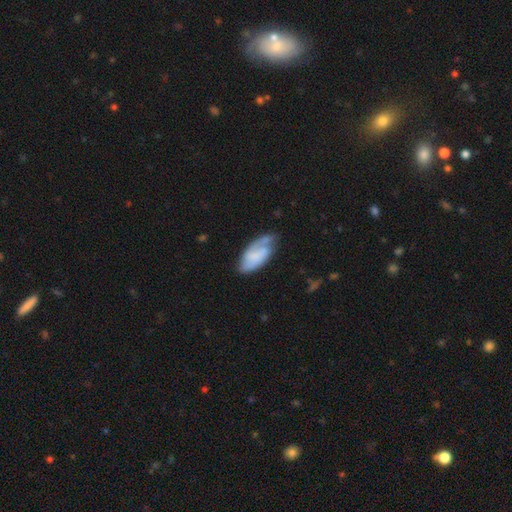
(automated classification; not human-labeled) Morphology: type=featured or disk (50%); edge-on=no (94%); merging=none (49%).